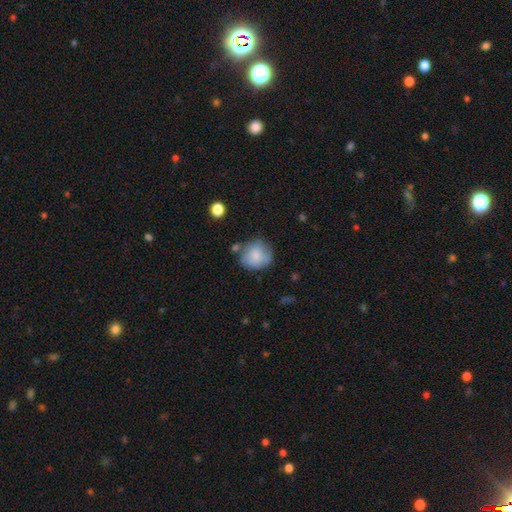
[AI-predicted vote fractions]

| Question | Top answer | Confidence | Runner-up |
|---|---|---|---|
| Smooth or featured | smooth | 79% | featured or disk (14%) |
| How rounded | round | 78% | in between (21%) |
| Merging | none | 61% | minor disturbance (24%) |